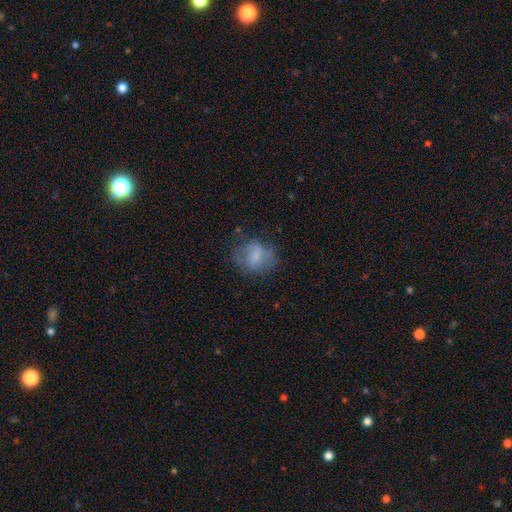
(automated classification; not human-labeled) smooth 60%, featured or disk 30%, star or artifact 10%. Down the decision tree: how rounded — round (53%); merging — none (53%).